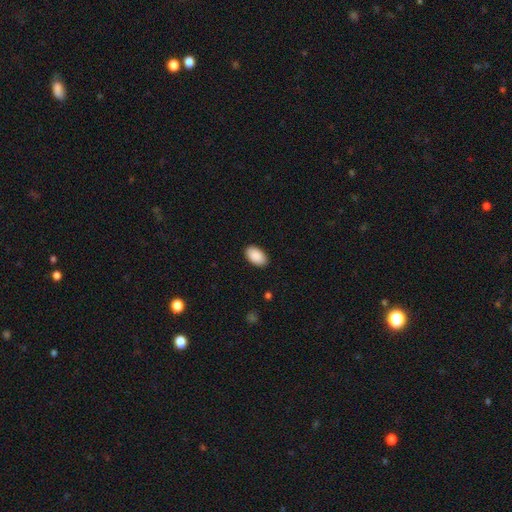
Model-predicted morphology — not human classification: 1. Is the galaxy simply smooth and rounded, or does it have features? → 91% smooth, 6% star or artifact, 3% featured or disk.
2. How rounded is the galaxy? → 94% in between, 4% round, 1% cigar-shaped.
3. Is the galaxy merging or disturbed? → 89% none, 8% minor disturbance, 2% major disturbance, 1% merger.